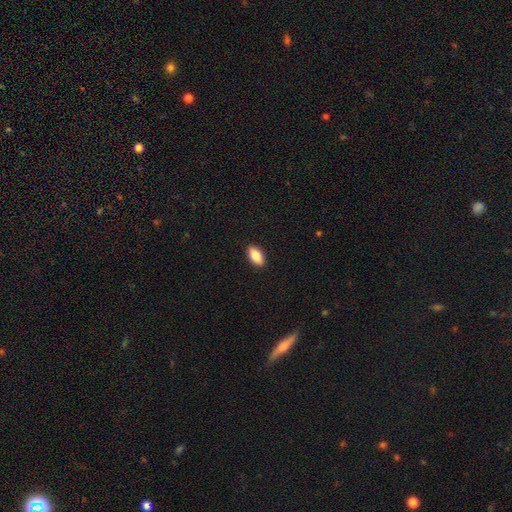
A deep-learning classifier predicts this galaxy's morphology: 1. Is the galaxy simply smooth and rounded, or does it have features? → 84% smooth, 10% featured or disk, 7% star or artifact.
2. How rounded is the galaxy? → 92% in between, 5% cigar-shaped, 4% round.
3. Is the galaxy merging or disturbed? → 90% none, 7% minor disturbance, 2% major disturbance, 1% merger.